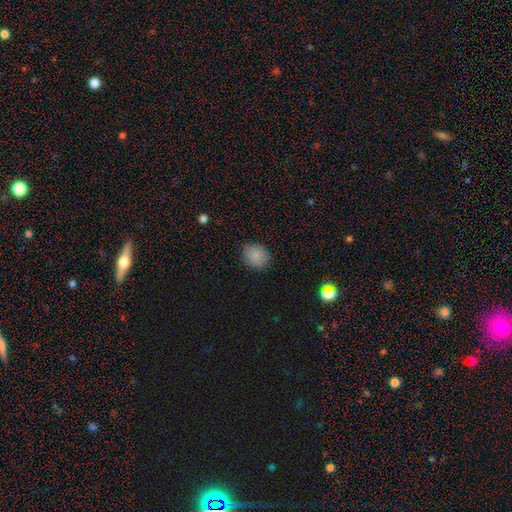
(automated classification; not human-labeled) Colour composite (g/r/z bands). It shows a smooth galaxy with no disk features (84%) that is round (65%). Merging: none (83%).